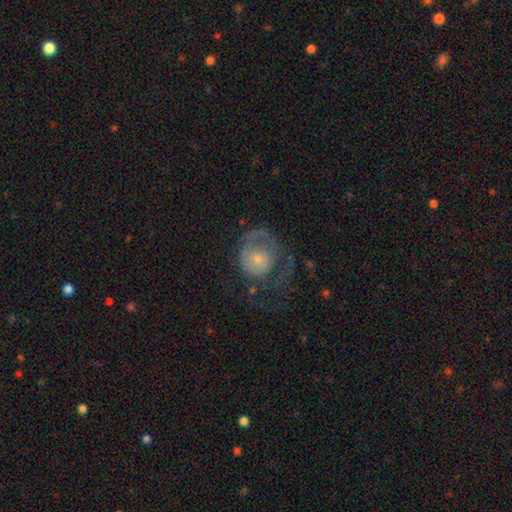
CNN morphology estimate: Smooth or featured? Predicted: featured or disk (p=0.57). Edge-on disk? Predicted: no (p=0.97). Bar? Predicted: no (p=0.84). Spiral arms? Predicted: yes (p=0.58). Bulge size? Predicted: small (p=0.58). Merging? Predicted: major disturbance (p=0.46).